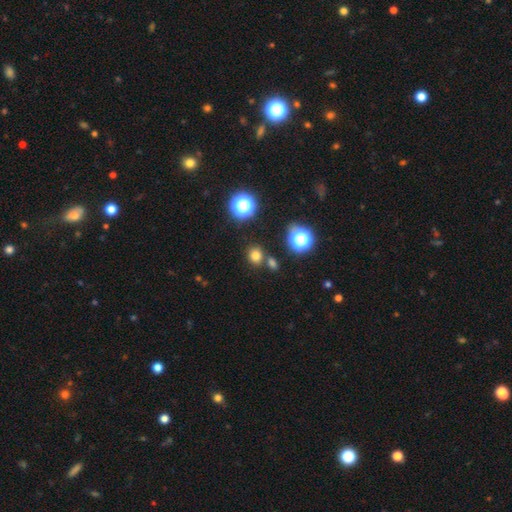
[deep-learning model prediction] The model was most divided on "smooth or featured": smooth: 74%, star or artifact: 21%, featured or disk: 6%. More confident: how rounded — round (78%); merging — none (76%).